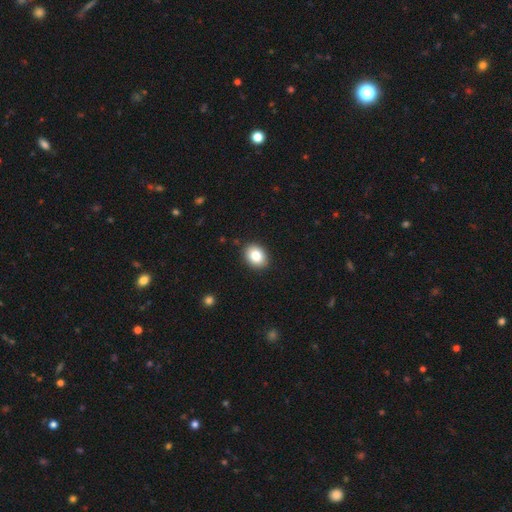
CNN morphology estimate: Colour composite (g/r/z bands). It shows a smooth galaxy with no disk features (83%) that is in between round and cigar-shaped (63%). Merging: none (90%).